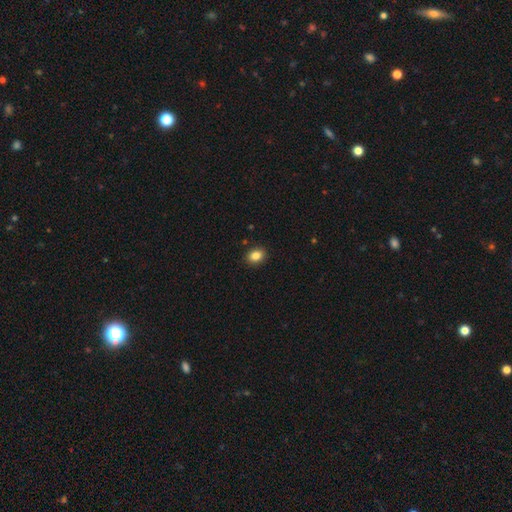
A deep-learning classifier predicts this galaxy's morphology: smooth 86%, star or artifact 9%, featured or disk 4%. Down the decision tree: how rounded — in between (65%); merging — none (90%).